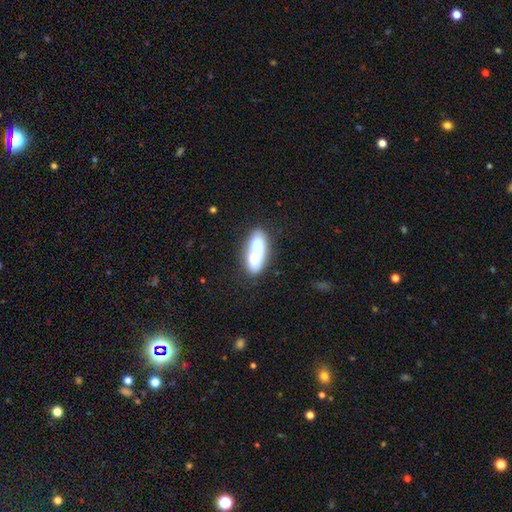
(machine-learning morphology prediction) The model was most divided on "smooth or featured": smooth: 64%, featured or disk: 29%, star or artifact: 7%. More confident: how rounded — in between (77%); merging — merger (59%).